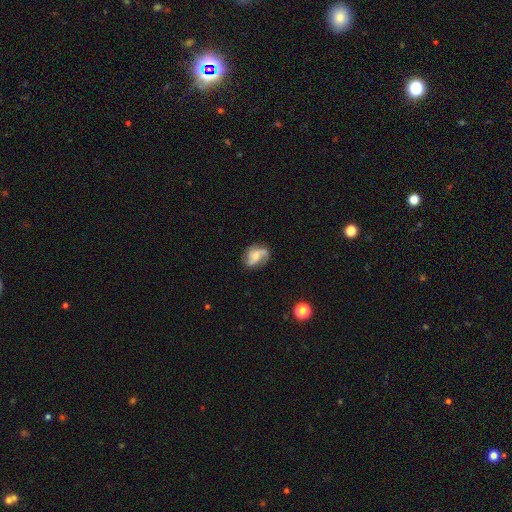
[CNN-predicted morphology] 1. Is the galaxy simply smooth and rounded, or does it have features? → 69% featured or disk, 23% smooth, 8% star or artifact.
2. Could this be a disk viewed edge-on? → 97% no, 3% yes.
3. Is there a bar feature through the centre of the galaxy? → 52% no, 36% weak, 12% strong.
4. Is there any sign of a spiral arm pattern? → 92% yes, 8% no.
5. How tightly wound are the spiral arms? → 43% loose, 40% medium, 17% tight.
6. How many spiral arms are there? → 50% 2, 26% 3, 12% can't tell, 6% 1, 3% 4, 3% more than 4.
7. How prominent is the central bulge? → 44% small, 37% moderate, 12% none, 6% large, 2% dominant.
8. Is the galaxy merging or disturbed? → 66% none, 21% minor disturbance, 11% major disturbance, 2% merger.